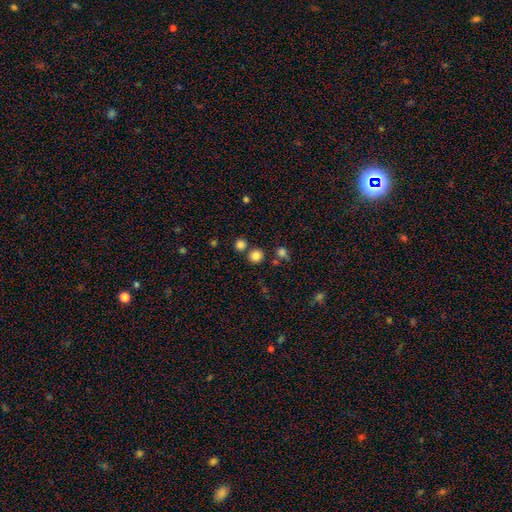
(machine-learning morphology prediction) smooth 81%, star or artifact 14%, featured or disk 5%. Down the decision tree: how rounded — round (92%); merging — none (77%).